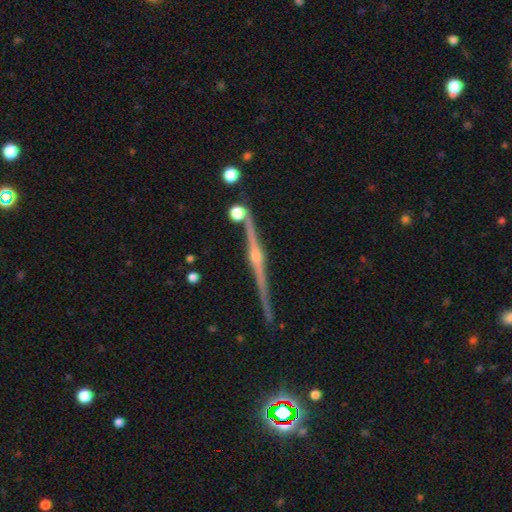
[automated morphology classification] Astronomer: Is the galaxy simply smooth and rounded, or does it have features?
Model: featured or disk — 86%.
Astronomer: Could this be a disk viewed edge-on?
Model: yes — 98%.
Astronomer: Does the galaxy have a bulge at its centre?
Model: rounded — 85%.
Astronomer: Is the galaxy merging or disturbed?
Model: none — 83%.